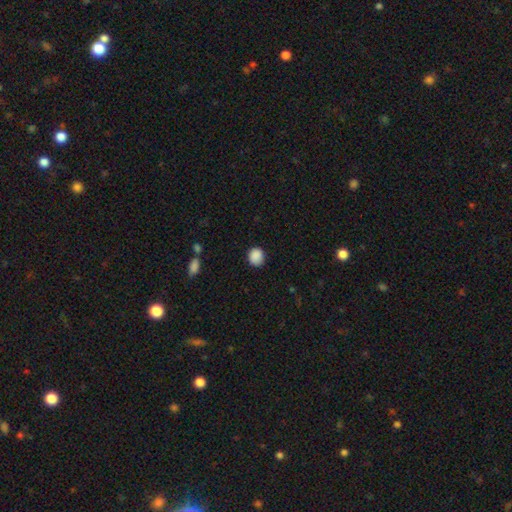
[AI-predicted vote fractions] This appears to be a smooth galaxy with no disk features (89%) that is round (79%). Merging: none (84%).